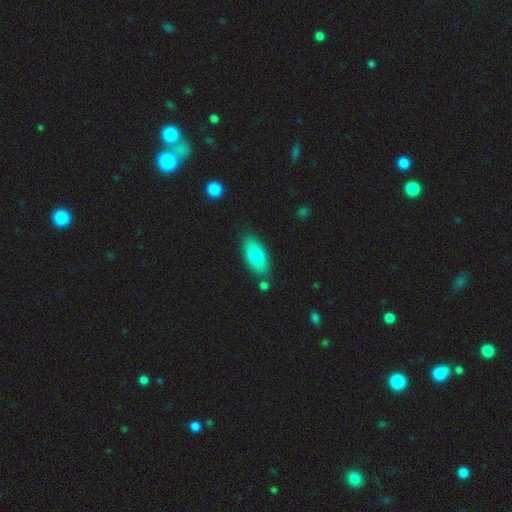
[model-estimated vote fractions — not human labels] Smooth or featured?
  - smooth: 75% *
  - featured or disk: 18%
  - star or artifact: 6%
How rounded?
  - in between: 89% *
  - cigar-shaped: 7%
  - round: 3%
Merging?
  - none: 81% *
  - minor disturbance: 12%
  - merger: 5%
  - major disturbance: 3%